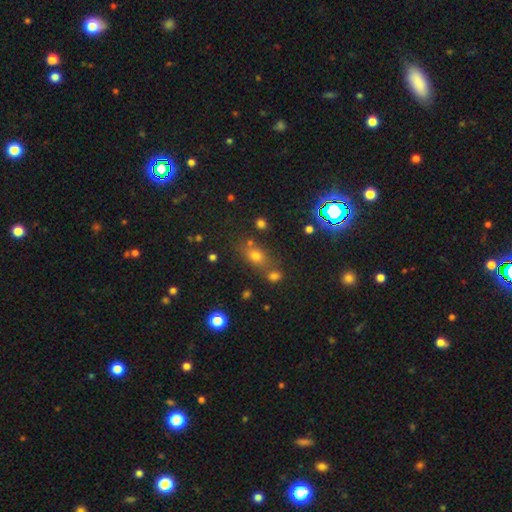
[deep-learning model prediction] This appears to be a smooth galaxy with no disk features (62%) that is in between round and cigar-shaped (57%). Merging: none (62%).